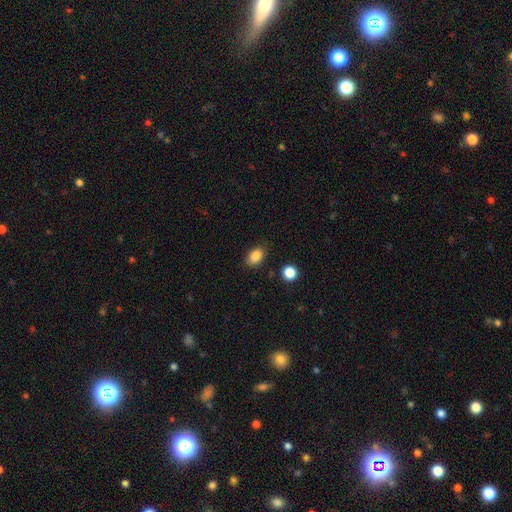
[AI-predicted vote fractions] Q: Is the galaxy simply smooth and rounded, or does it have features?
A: smooth — 86%.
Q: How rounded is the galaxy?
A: in between — 82%.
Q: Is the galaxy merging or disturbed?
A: none — 81%.